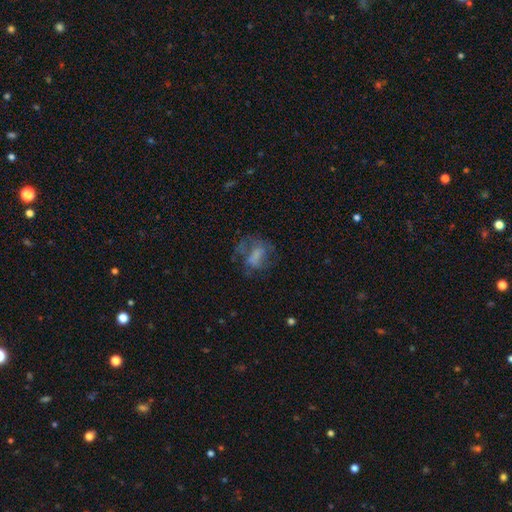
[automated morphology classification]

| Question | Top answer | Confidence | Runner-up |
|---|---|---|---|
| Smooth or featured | featured or disk | 43% | smooth (42%) |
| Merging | none | 42% | major disturbance (35%) |